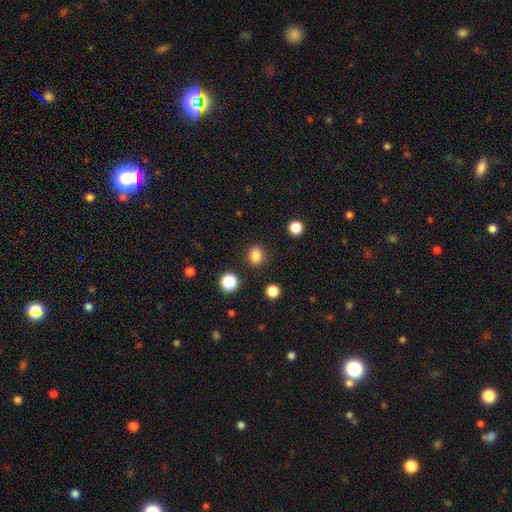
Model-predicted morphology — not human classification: A smooth galaxy with no disk features (84%) that is round (65%).

Vote fractions:
- Smooth or featured? smooth: 84% / star or artifact: 12% / featured or disk: 4%
- How rounded? round: 65% / in between: 34% / cigar-shaped: 1%
- Merging? none: 88% / minor disturbance: 8% / major disturbance: 3% / merger: 2%